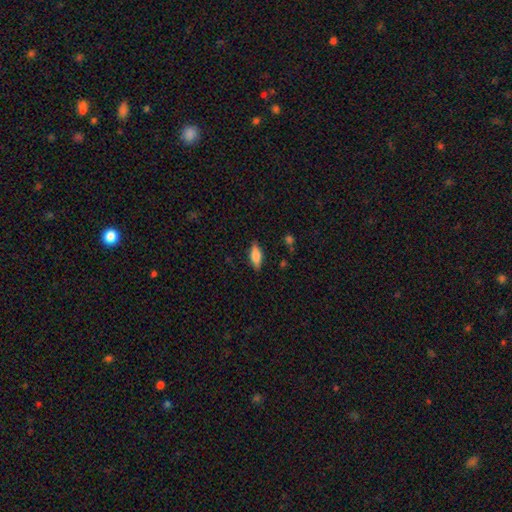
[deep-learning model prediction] A smooth galaxy with no disk features (71%) that is in between round and cigar-shaped (72%).

Vote fractions:
- Smooth or featured? smooth: 71% / featured or disk: 22% / star or artifact: 7%
- How rounded? in between: 72% / cigar-shaped: 25% / round: 3%
- Merging? none: 83% / minor disturbance: 12% / major disturbance: 3% / merger: 1%